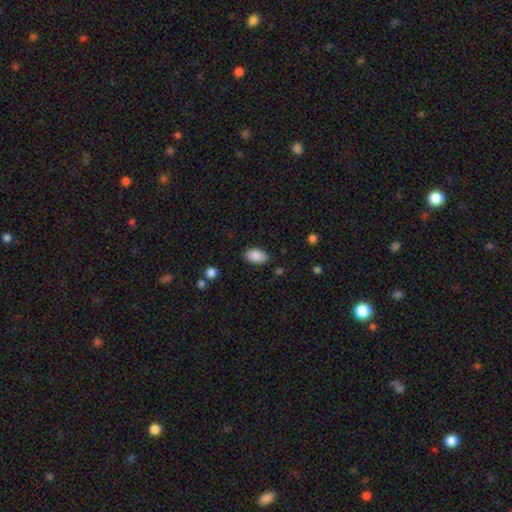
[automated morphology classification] Smooth or featured: smooth — 88% (star or artifact — 7%)
How rounded: in between — 93% (round — 6%)
Merging: none — 83% (minor disturbance — 12%)